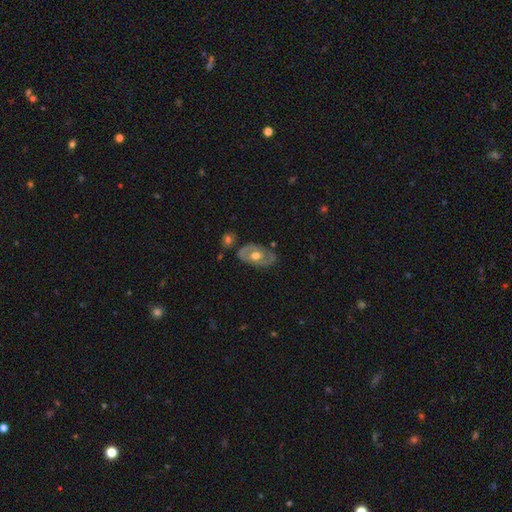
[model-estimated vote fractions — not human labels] Smooth or featured: featured or disk — 64% (smooth — 30%)
Edge-on disk: no — 92% (yes — 8%)
Bar: no — 71% (weak — 23%)
Spiral arms: no — 50% (tied with yes — 50%)
Bulge size: moderate — 77% (large — 13%)
Merging: none — 74% (minor disturbance — 18%)